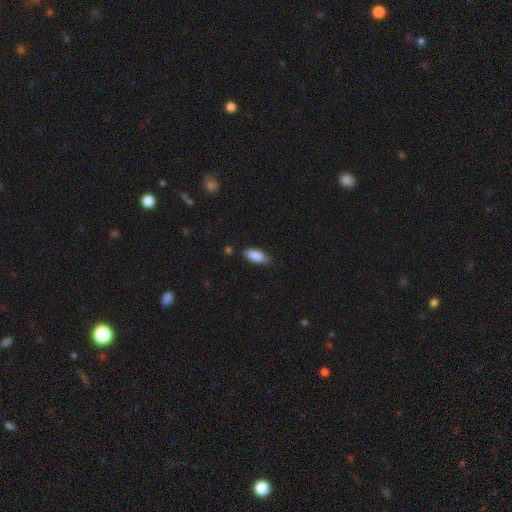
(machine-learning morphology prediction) smooth-or-featured: smooth: 86% | featured or disk: 7% | star or artifact: 6%
  how-rounded: in between: 80% | cigar-shaped: 18% | round: 2%
  merging: none: 79% | minor disturbance: 16% | major disturbance: 3% | merger: 2%